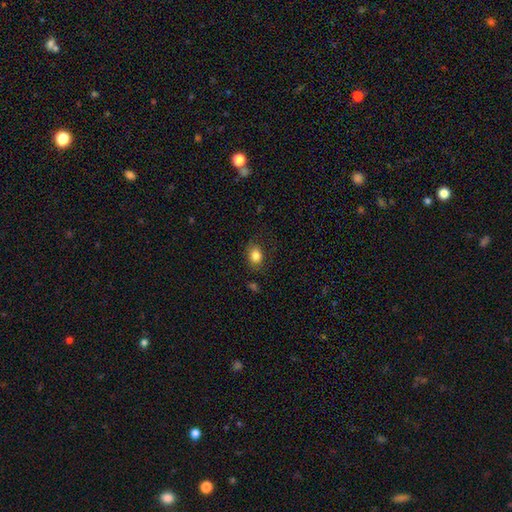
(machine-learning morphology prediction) The model was most divided on "how rounded": in between: 60%, round: 39%, cigar-shaped: 1%. More confident: smooth or featured — smooth (83%); merging — none (80%).